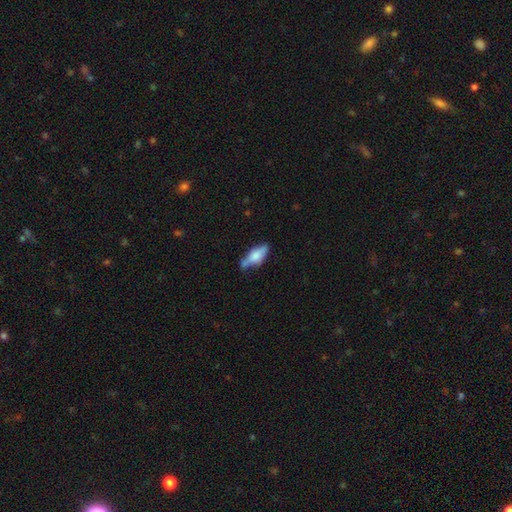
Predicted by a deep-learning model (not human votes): A smooth galaxy with no disk features (66%) that is in between round and cigar-shaped (74%).

Vote fractions:
- Smooth or featured? smooth: 66% / featured or disk: 27% / star or artifact: 7%
- How rounded? in between: 74% / cigar-shaped: 23% / round: 3%
- Merging? none: 50% / minor disturbance: 30% / merger: 12% / major disturbance: 8%